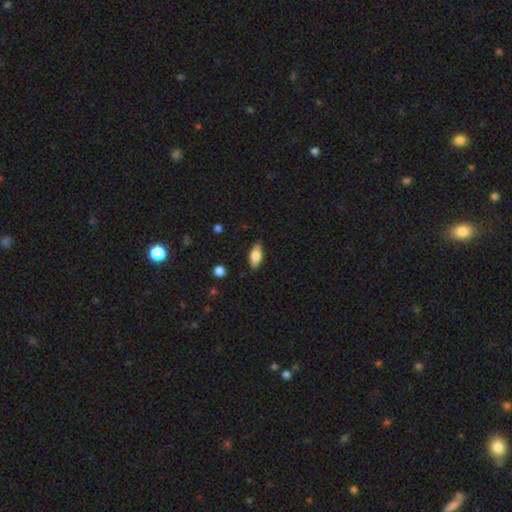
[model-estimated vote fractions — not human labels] This appears to be a smooth galaxy with no disk features (78%) that is in between round and cigar-shaped (84%). Merging: none (85%).